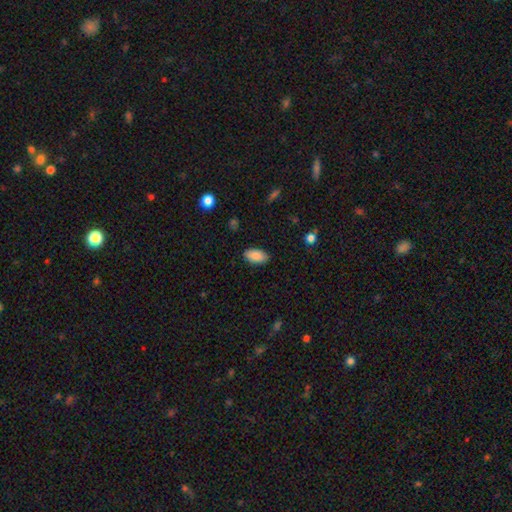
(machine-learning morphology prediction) type=smooth (87%); roundness=in between (94%); merging=none (87%).